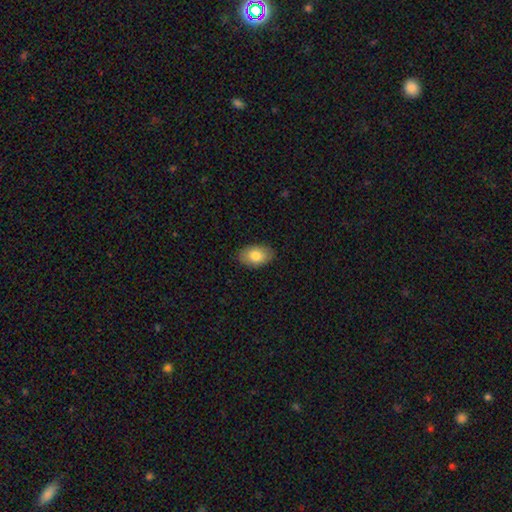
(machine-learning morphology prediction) smooth_or_featured: smooth (p=0.83) [alt: featured or disk p=0.11]
how_rounded: in between (p=0.90) [alt: round p=0.09]
merging: none (p=0.86) [alt: minor disturbance p=0.10]